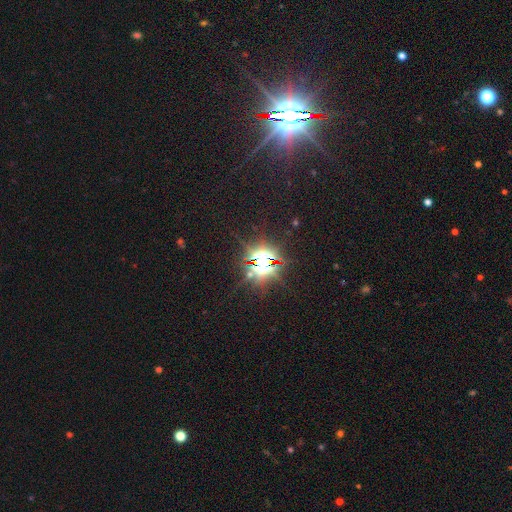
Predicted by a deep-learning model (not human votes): Smooth or featured?
  - star or artifact: 81% *
  - smooth: 10%
  - featured or disk: 9%